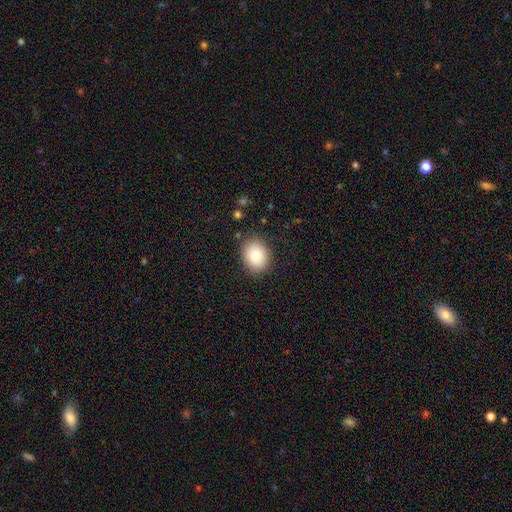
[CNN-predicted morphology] smooth_or_featured: smooth (p=0.77) [alt: featured or disk p=0.13]
how_rounded: round (p=0.54) [alt: in between p=0.45]
merging: none (p=0.85) [alt: minor disturbance p=0.11]